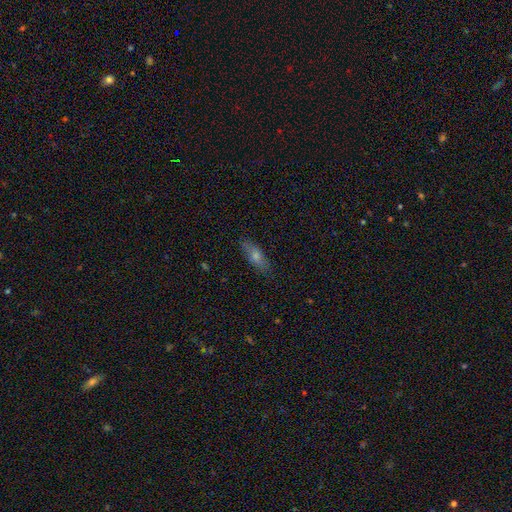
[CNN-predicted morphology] This is possibly a smooth galaxy (55%). How rounded: possibly in between (48%, tied with cigar-shaped). Merging: clearly none (85%).